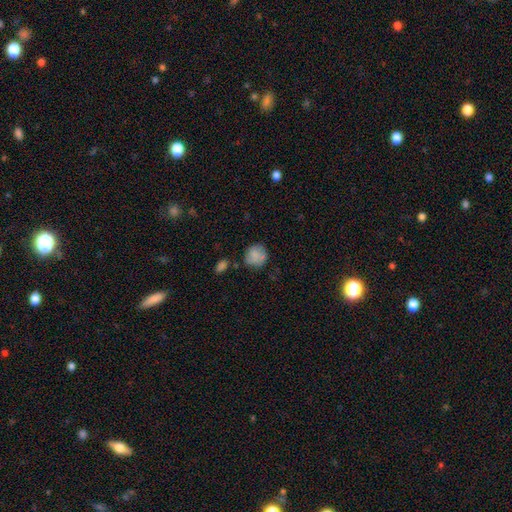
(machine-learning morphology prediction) Overall: smooth (79%). How rounded: round (81%). Merging: none (65%).